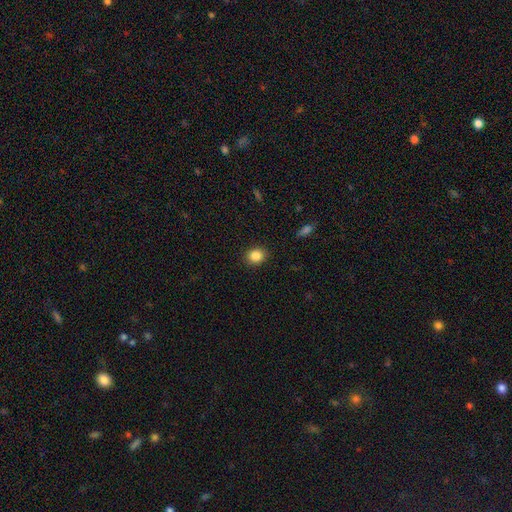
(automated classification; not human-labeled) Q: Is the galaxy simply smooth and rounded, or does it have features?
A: smooth — 86%.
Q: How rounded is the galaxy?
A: round — 67%.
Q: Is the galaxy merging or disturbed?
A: none — 90%.